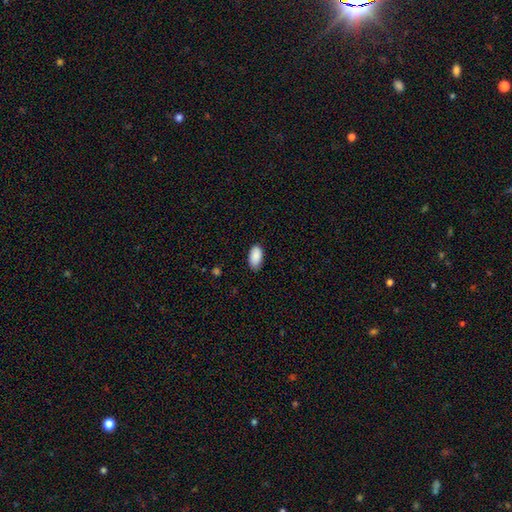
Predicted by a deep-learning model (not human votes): This appears to be a smooth galaxy with no disk features (90%) that is in between round and cigar-shaped (95%). Merging: none (82%).